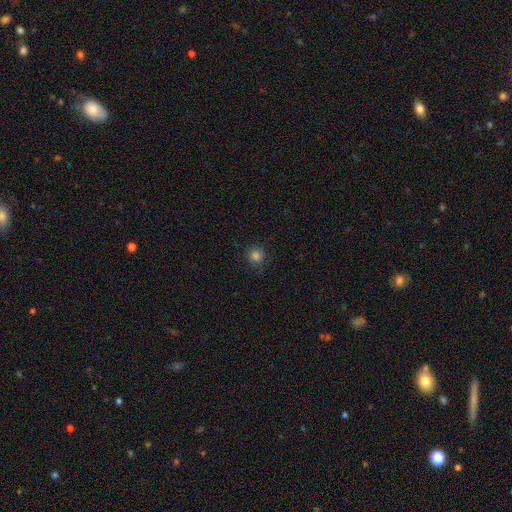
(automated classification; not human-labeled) Morphology: type=smooth (83%); roundness=round (94%); merging=none (87%).